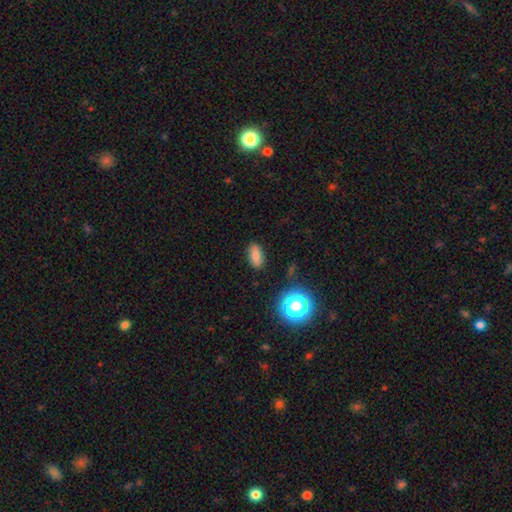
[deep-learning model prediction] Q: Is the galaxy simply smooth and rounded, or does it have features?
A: smooth — 78%.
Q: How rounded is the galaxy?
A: in between — 87%.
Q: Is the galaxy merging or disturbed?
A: none — 83%.